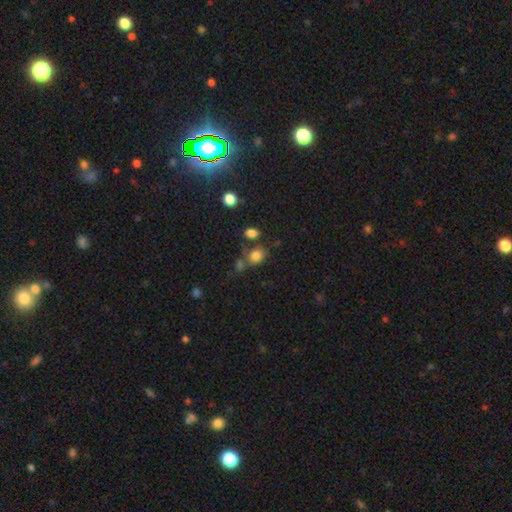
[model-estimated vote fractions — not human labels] Q: Smooth or featured?
A: smooth (78%); runner-up: star or artifact (14%)
Q: How rounded?
A: in between (50%); runner-up: round (48%)
Q: Merging?
A: none (56%); runner-up: merger (22%)